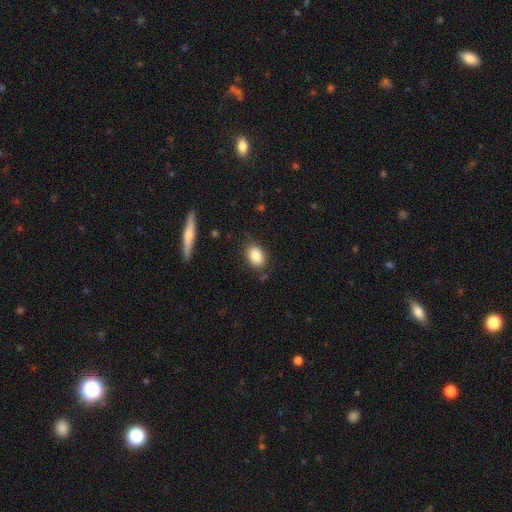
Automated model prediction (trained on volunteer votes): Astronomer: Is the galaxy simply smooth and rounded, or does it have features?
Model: smooth — 86%.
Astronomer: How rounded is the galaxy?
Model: in between — 81%.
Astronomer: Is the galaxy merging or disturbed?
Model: none — 80%.